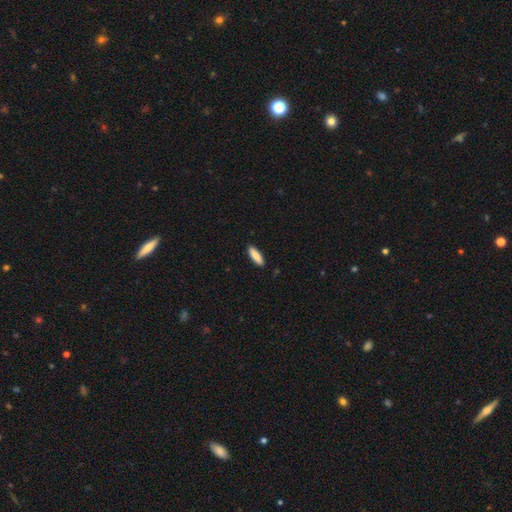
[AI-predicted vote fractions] Smooth or featured? Predicted: smooth (p=0.87). How rounded? Predicted: cigar-shaped (p=0.50). Merging? Predicted: none (p=0.89).